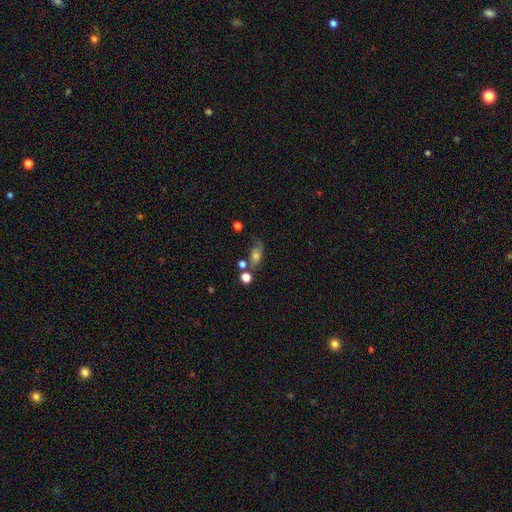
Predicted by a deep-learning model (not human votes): smooth-or-featured: smooth: 65% | featured or disk: 21% | star or artifact: 14%
  how-rounded: in between: 74% | round: 14% | cigar-shaped: 12%
  merging: none: 53% | minor disturbance: 22% | merger: 15% | major disturbance: 10%